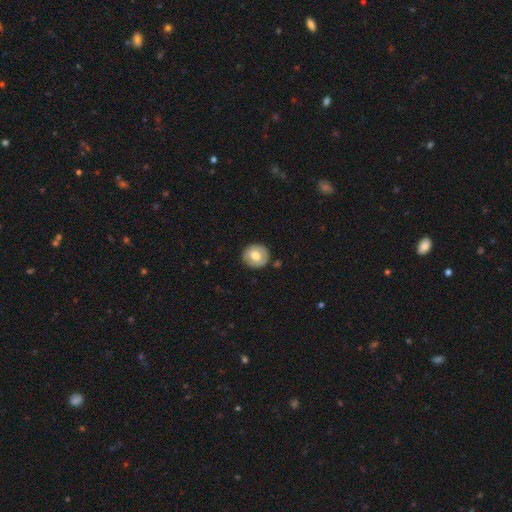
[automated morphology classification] Smooth or featured? smooth (62%)
How rounded? round (87%)
Merging? none (86%)